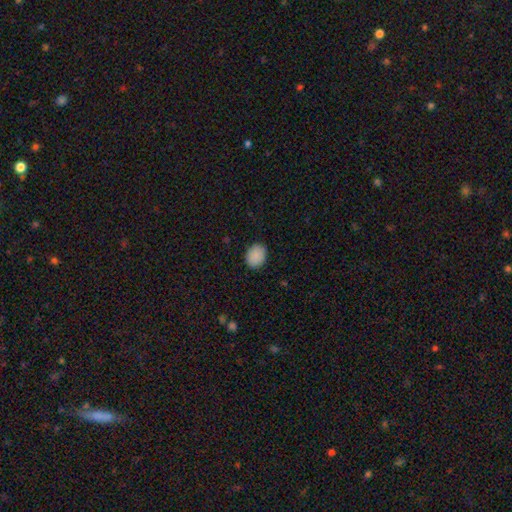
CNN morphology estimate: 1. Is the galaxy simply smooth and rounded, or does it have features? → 89% smooth, 8% star or artifact, 3% featured or disk.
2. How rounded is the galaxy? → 51% in between, 48% round, 1% cigar-shaped.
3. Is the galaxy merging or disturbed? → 89% none, 8% minor disturbance, 2% major disturbance, 1% merger.